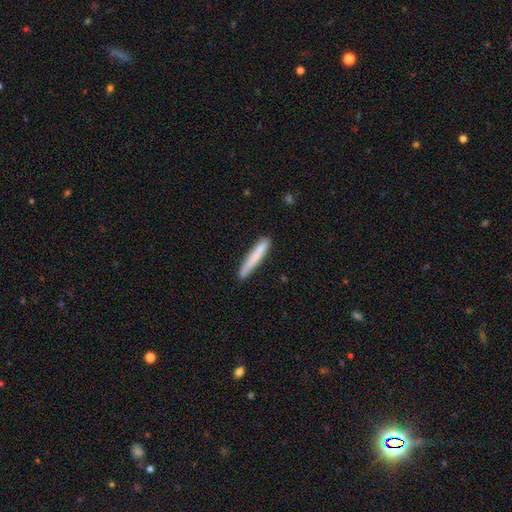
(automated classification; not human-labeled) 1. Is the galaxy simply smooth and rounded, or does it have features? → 78% smooth, 16% featured or disk, 6% star or artifact.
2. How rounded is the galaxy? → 95% cigar-shaped, 3% in between, 1% round.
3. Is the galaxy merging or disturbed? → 87% none, 10% minor disturbance, 2% major disturbance, 1% merger.